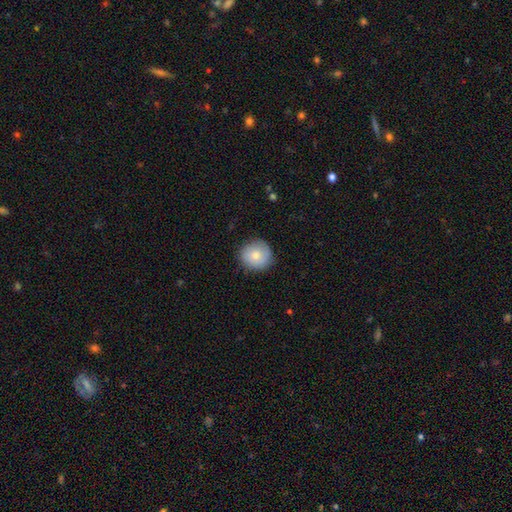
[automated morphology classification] type=smooth (74%); roundness=round (91%); merging=none (83%).